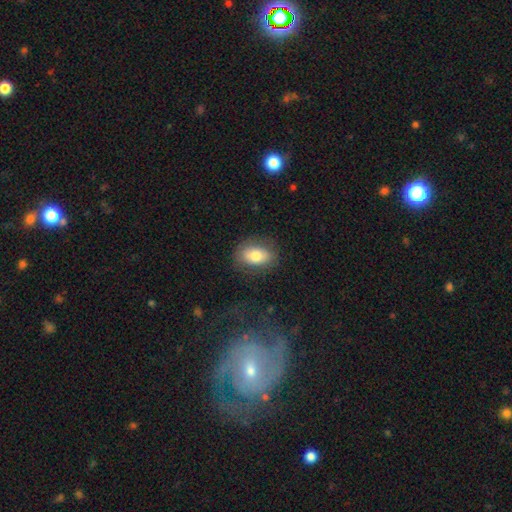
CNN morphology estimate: Q: Smooth or featured?
A: smooth (75%); runner-up: featured or disk (17%)
Q: How rounded?
A: in between (82%); runner-up: round (17%)
Q: Merging?
A: none (79%); runner-up: minor disturbance (14%)